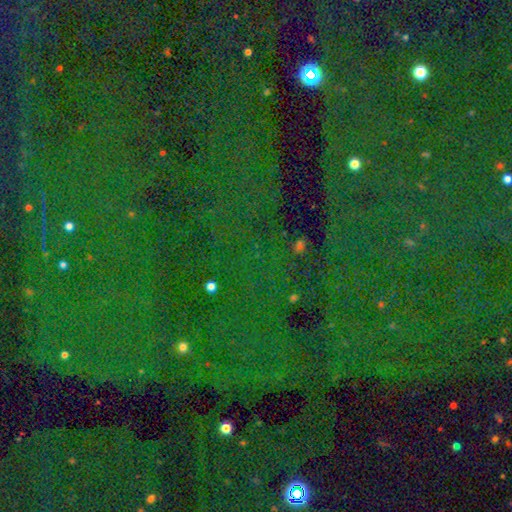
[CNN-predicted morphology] Smooth or featured? Predicted: star or artifact (p=0.83).